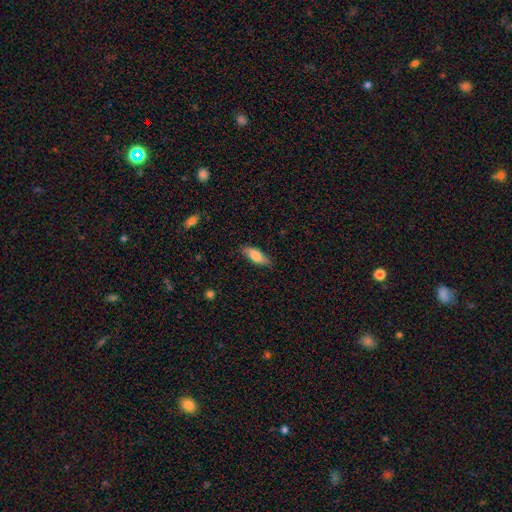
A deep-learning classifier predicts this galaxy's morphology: A smooth galaxy with no disk features (78%) that is in between round and cigar-shaped (68%).

Vote fractions:
- Smooth or featured? smooth: 78% / featured or disk: 16% / star or artifact: 6%
- How rounded? in between: 68% / cigar-shaped: 30% / round: 2%
- Merging? none: 81% / minor disturbance: 15% / major disturbance: 3% / merger: 1%